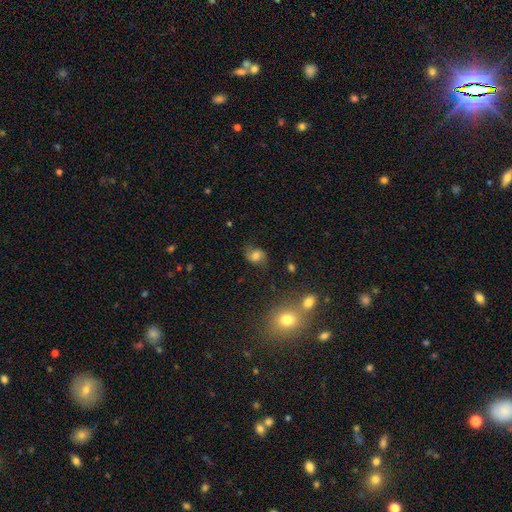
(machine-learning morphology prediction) Smooth or featured?
  - smooth: 63% *
  - featured or disk: 24%
  - star or artifact: 13%
How rounded?
  - in between: 57% *
  - round: 42%
  - cigar-shaped: 2%
Merging?
  - none: 65% *
  - minor disturbance: 22%
  - major disturbance: 10%
  - merger: 3%